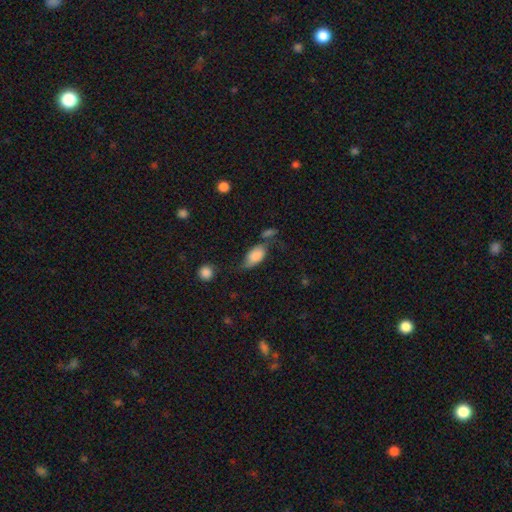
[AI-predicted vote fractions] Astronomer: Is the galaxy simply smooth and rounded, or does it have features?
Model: smooth — 77%.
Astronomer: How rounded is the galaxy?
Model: in between — 90%.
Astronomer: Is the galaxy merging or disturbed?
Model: none — 39% (runner-up: minor disturbance, 31%).